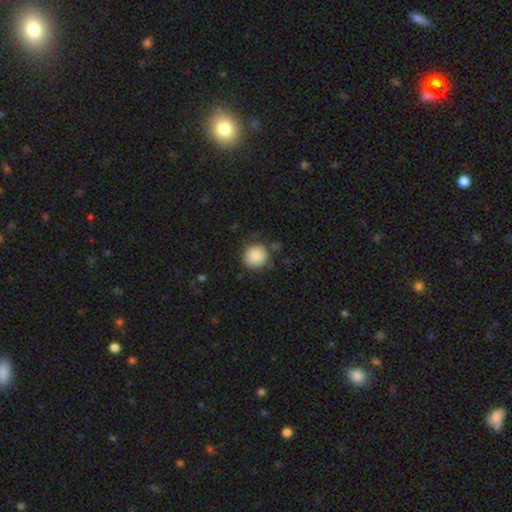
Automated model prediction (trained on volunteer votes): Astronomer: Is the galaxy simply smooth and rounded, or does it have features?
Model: smooth — 86%.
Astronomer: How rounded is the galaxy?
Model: round — 92%.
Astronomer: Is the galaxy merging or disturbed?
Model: none — 80%.